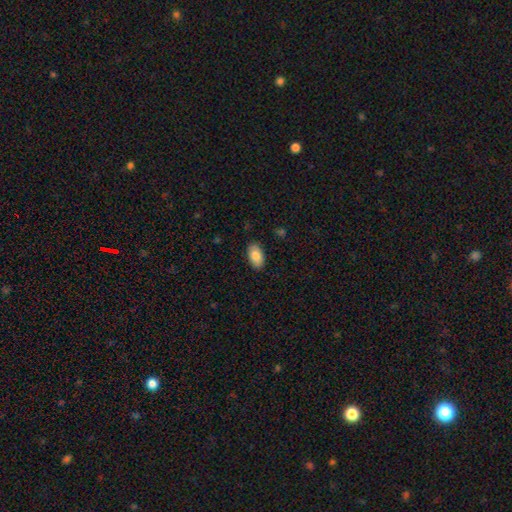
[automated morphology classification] Smooth or featured? smooth (84%)
How rounded? in between (94%)
Merging? none (88%)